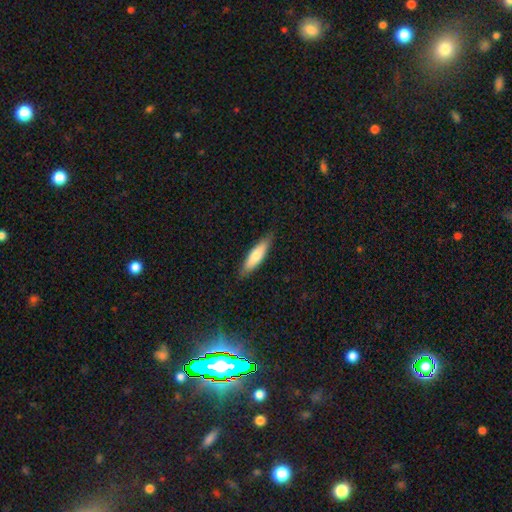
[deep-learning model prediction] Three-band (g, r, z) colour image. It shows a smooth galaxy with no disk features (72%) that is cigar-shaped (63%). Merging: none (85%).